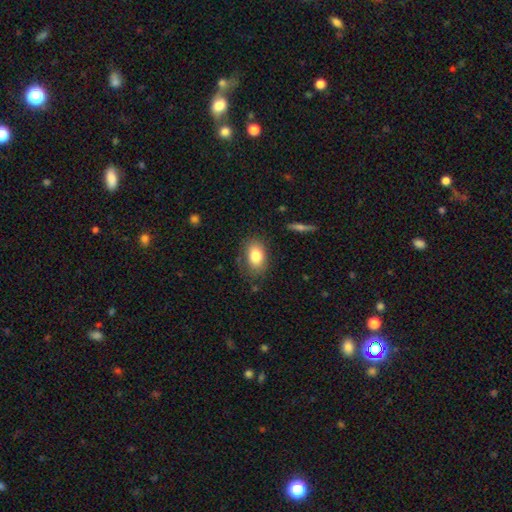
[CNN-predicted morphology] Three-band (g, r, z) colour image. It shows a smooth galaxy with no disk features (81%) that is in between round and cigar-shaped (86%). Merging: none (76%).